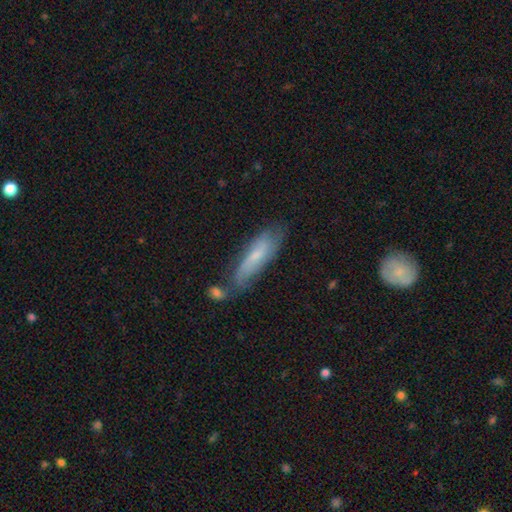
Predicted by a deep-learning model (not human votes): Overall: smooth (54%; featured or disk 38%). How rounded: cigar-shaped (64%; in between 35%). Merging: none (61%; minor disturbance 23%).